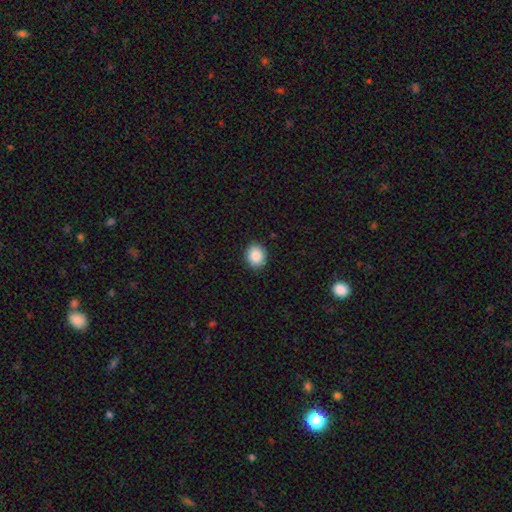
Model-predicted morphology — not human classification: Overall: smooth (89%). How rounded: round (62%; in between 37%). Merging: none (90%).